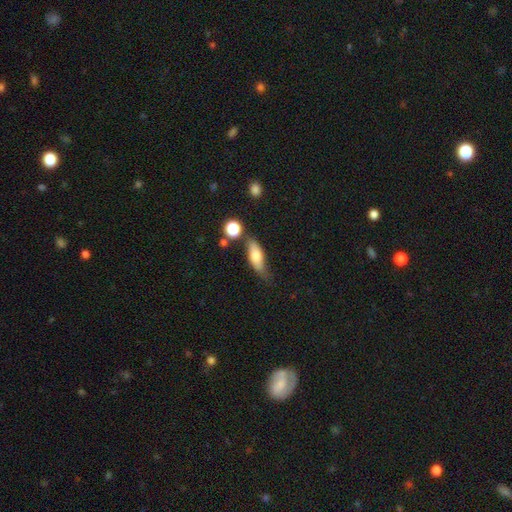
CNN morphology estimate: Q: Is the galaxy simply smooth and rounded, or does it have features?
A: smooth — 67%.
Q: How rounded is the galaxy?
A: in between — 65%.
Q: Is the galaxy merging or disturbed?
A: none — 57%.